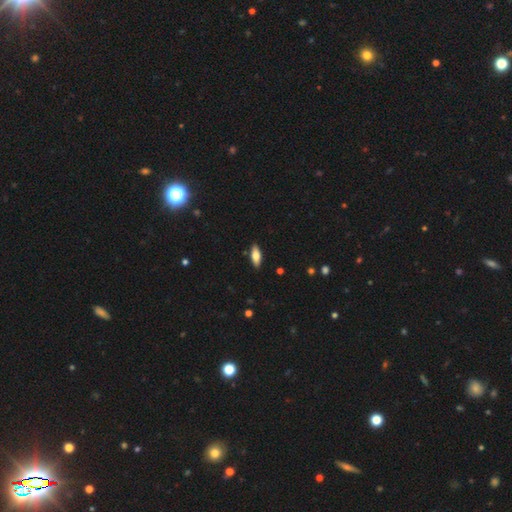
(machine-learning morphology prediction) smooth_or_featured: smooth (p=0.71) [alt: featured or disk p=0.22]
how_rounded: in between (p=0.73) [alt: cigar-shaped p=0.25]
merging: none (p=0.88) [alt: minor disturbance p=0.09]